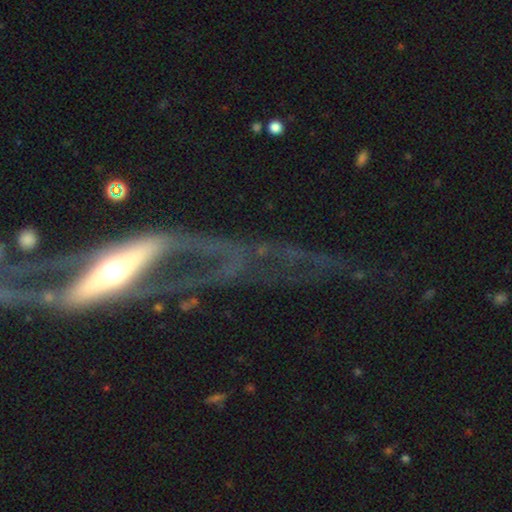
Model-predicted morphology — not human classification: A featured or disk galaxy (76%). Merging: major disturbance (48%).